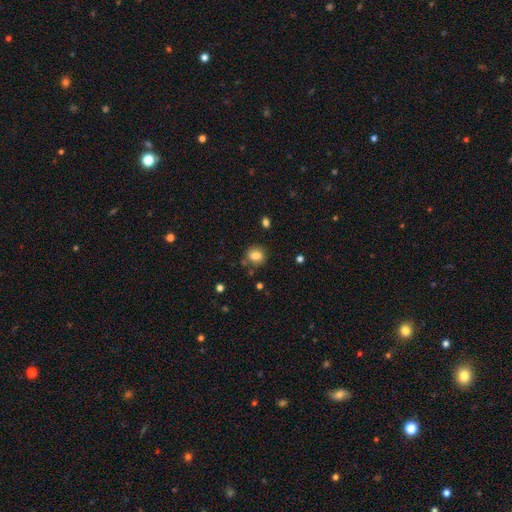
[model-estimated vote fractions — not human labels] Smooth or featured? Predicted: smooth (p=0.80). How rounded? Predicted: round (p=0.68). Merging? Predicted: none (p=0.80).